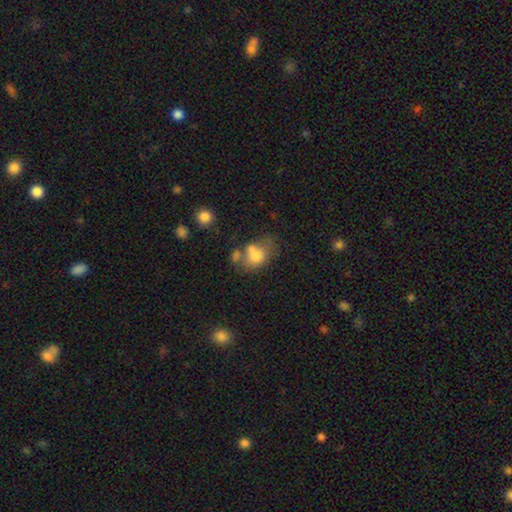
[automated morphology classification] The model was most divided on "merging": merger: 36%, none: 31%, minor disturbance: 19%, major disturbance: 15%. More confident: smooth or featured — smooth (69%); how rounded — in between (57%).